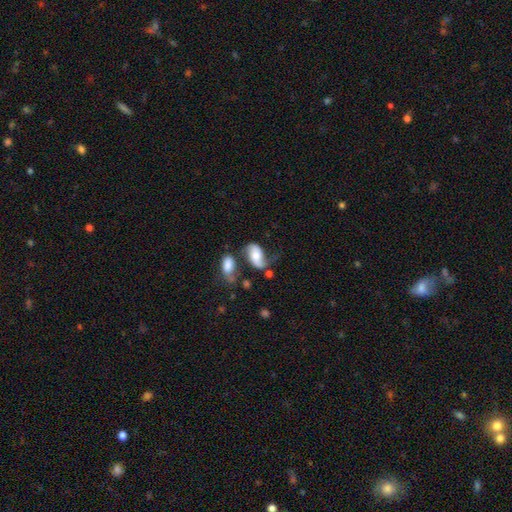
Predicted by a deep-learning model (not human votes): This is possibly a featured or disk galaxy (53%). It is clearly not viewed edge-on (94%). Bar: possibly no (57%). Spiral arm pattern: clearly yes (83%). Central bulge: possibly moderate (55%). Merging: marginally none (38%).